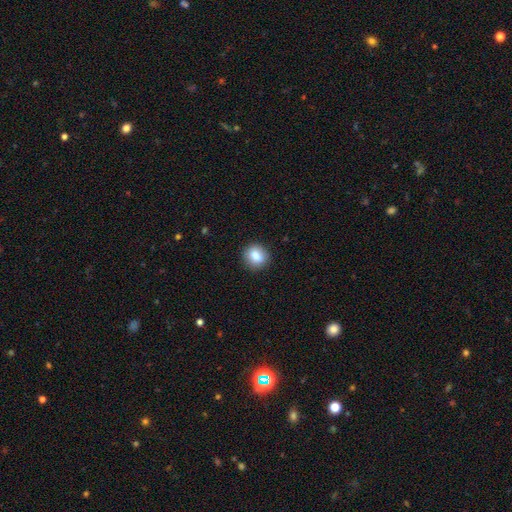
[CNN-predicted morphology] Smooth or featured: smooth — 84% (star or artifact — 9%)
How rounded: round — 77% (in between — 22%)
Merging: none — 88% (minor disturbance — 8%)